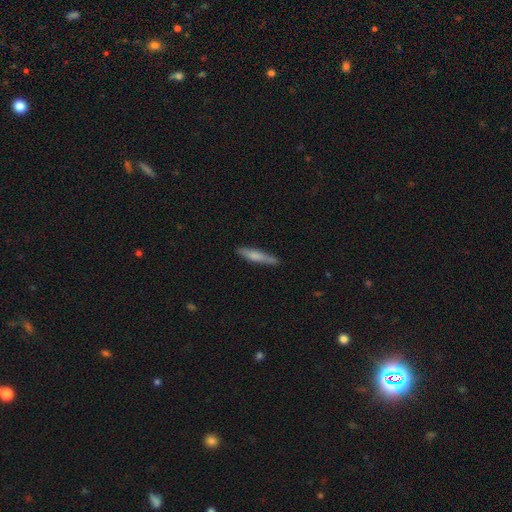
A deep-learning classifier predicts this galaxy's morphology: smooth-or-featured: smooth: 64% | featured or disk: 30% | star or artifact: 6%
  how-rounded: cigar-shaped: 91% | in between: 8% | round: 1%
  merging: none: 85% | minor disturbance: 12% | major disturbance: 2% | merger: 2%